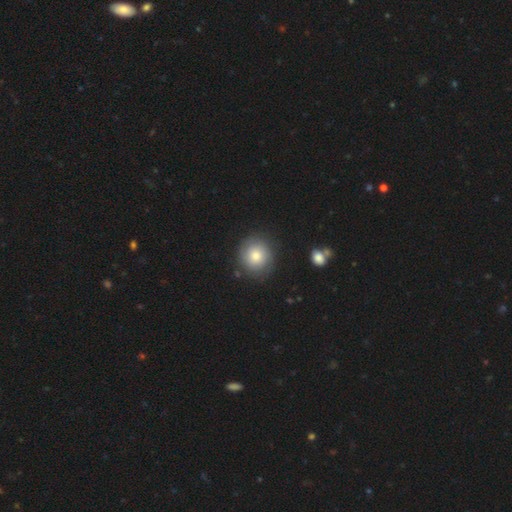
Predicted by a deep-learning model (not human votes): Q: Smooth or featured?
A: smooth (77%); runner-up: featured or disk (14%)
Q: How rounded?
A: round (89%); runner-up: in between (10%)
Q: Merging?
A: none (84%); runner-up: minor disturbance (10%)